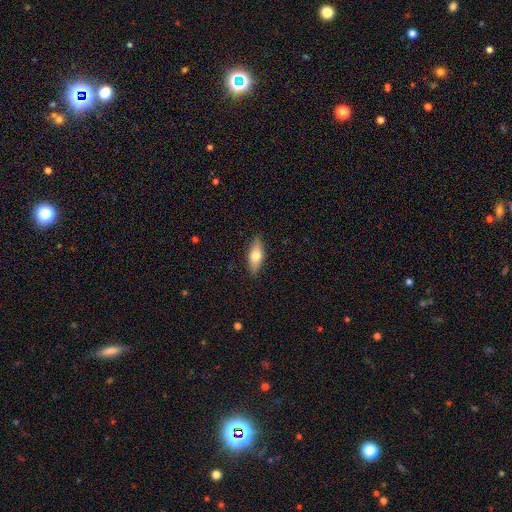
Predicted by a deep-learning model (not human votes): Overall: smooth (61%; featured or disk 33%). How rounded: in between (71%). Merging: none (86%).